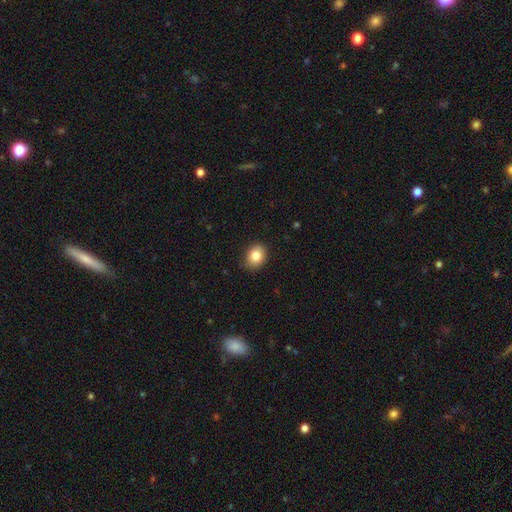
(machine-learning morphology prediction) Overall: smooth (83%). How rounded: round (51%; in between 49%). Merging: none (85%).